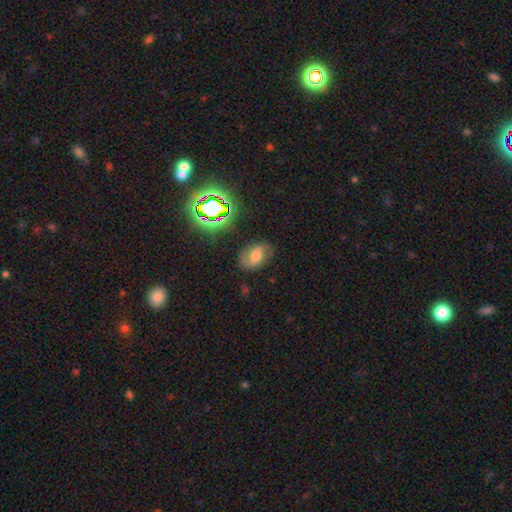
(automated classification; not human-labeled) smooth_or_featured: featured or disk (p=0.42) [alt: smooth p=0.41]
merging: none (p=0.74) [alt: minor disturbance p=0.18]